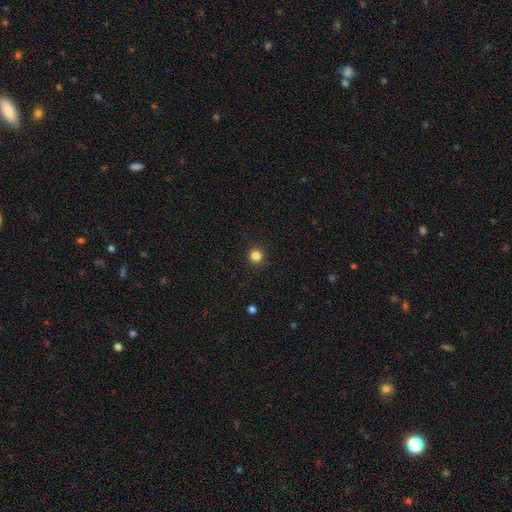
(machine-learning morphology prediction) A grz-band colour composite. It shows a smooth galaxy with no disk features (84%) that is round (95%). Merging: none (92%).